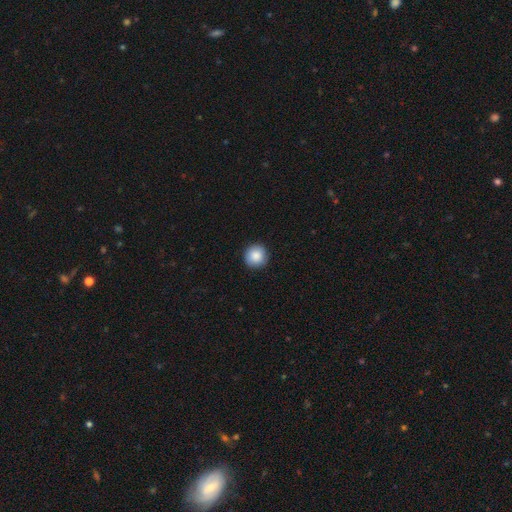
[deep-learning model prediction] A smooth galaxy with no disk features (87%) that is round (95%). Merging: none (91%).